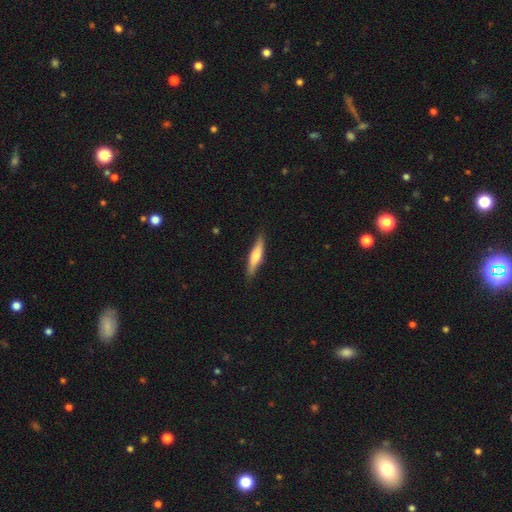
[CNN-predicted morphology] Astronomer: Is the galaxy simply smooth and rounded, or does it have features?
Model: smooth — 58% (runner-up: featured or disk, 36%).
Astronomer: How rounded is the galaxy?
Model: cigar-shaped — 82%.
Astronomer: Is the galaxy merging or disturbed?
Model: none — 84%.